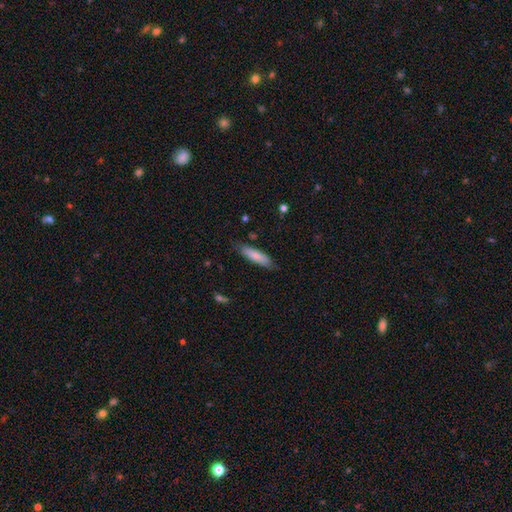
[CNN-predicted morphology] Q: Smooth or featured?
A: smooth (81%); runner-up: featured or disk (13%)
Q: How rounded?
A: cigar-shaped (69%); runner-up: in between (29%)
Q: Merging?
A: none (78%); runner-up: minor disturbance (17%)